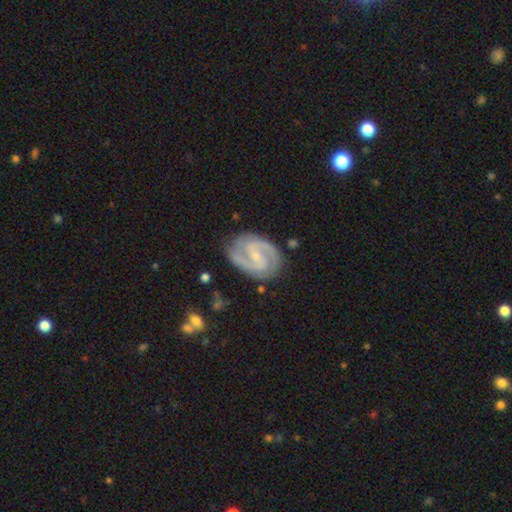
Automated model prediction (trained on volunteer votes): A featured or disk galaxy (91%) with a weak bar (48%), 2 (92%) medium (50%) spiral arms (98%) and a small central bulge (70%).

Vote fractions:
- Smooth or featured? featured or disk: 91% / smooth: 5% / star or artifact: 4%
- Edge-on disk? no: 98% / yes: 2%
- Bar? weak: 48% / no: 32% / strong: 20%
- Spiral arms? yes: 98% / no: 2%
- Spiral winding? medium: 50% / tight: 42% / loose: 8%
- Spiral arm count? 2: 92% / 3: 3% / can't tell: 2% / 1: 1% / 4: 1% / more than 4: 1%
- Bulge size? small: 70% / moderate: 19% / none: 9% / large: 1% / dominant: 1%
- Merging? none: 80% / minor disturbance: 14% / major disturbance: 4% / merger: 2%